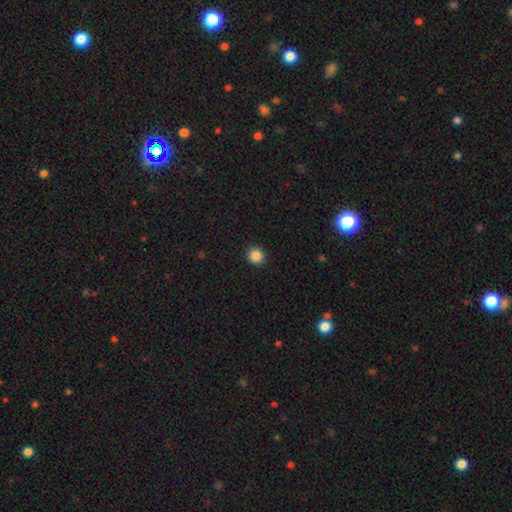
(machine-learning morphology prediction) Smooth or featured?
  - smooth: 87% *
  - star or artifact: 10%
  - featured or disk: 3%
How rounded?
  - round: 91% *
  - in between: 9%
  - cigar-shaped: 1%
Merging?
  - none: 92% *
  - minor disturbance: 5%
  - major disturbance: 2%
  - merger: 1%